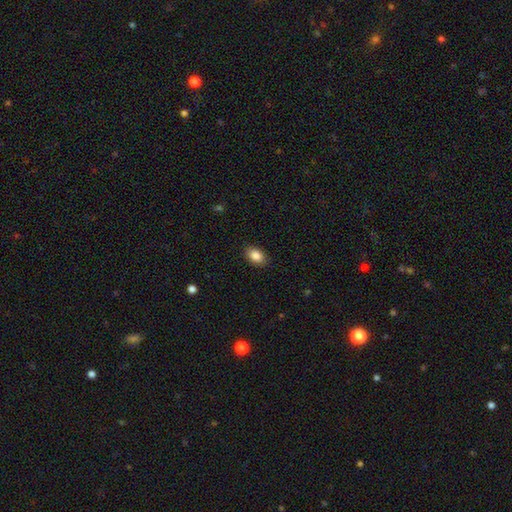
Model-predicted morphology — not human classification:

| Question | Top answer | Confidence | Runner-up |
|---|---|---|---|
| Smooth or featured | smooth | 87% | star or artifact (8%) |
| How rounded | in between | 86% | round (13%) |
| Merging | none | 88% | minor disturbance (9%) |